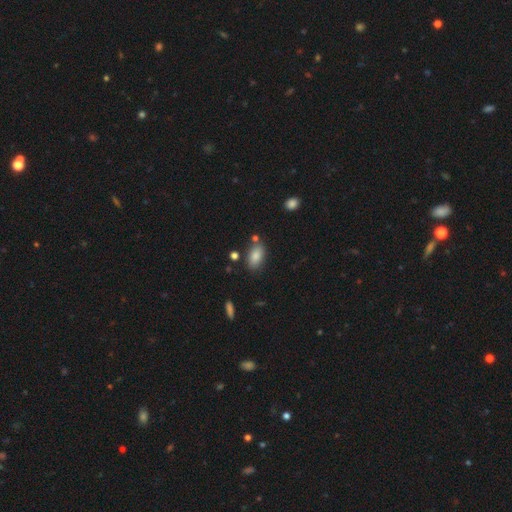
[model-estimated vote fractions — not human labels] smooth_or_featured: smooth (p=0.85) [alt: star or artifact p=0.08]
how_rounded: in between (p=0.91) [alt: round p=0.06]
merging: none (p=0.78) [alt: minor disturbance p=0.13]